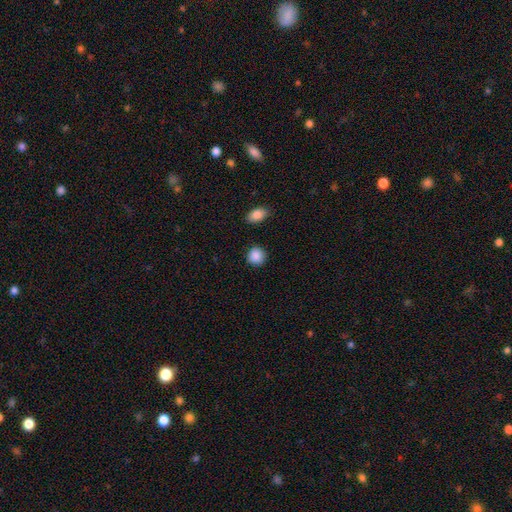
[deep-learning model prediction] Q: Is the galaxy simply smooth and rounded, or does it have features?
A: smooth — 89%.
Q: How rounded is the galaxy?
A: round — 87%.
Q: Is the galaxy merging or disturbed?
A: none — 87%.